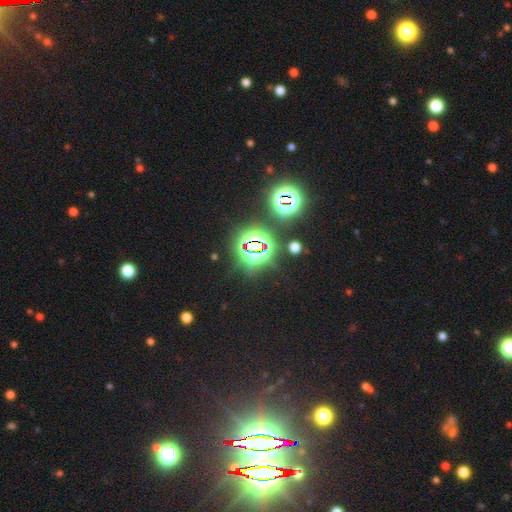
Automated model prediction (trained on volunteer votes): A star or artifact, not a galaxy (80%).